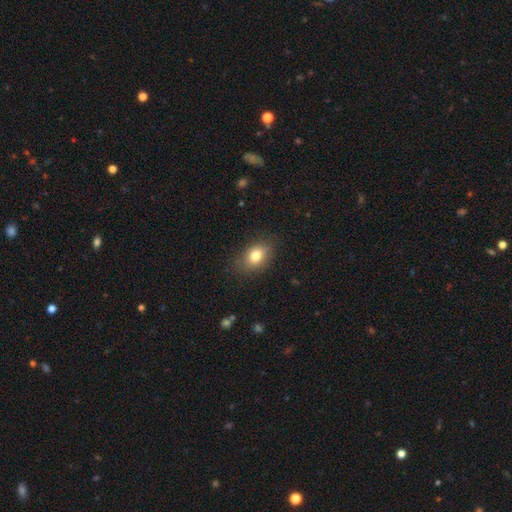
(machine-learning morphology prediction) Smooth or featured: smooth — 79% (featured or disk — 11%)
How rounded: in between — 77% (round — 21%)
Merging: none — 82% (minor disturbance — 13%)